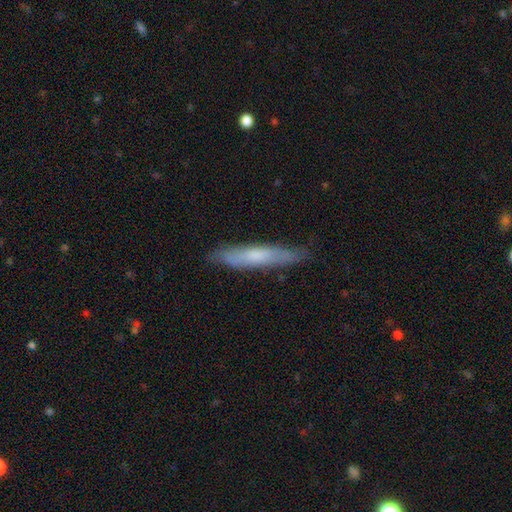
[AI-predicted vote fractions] Smooth or featured? Predicted: smooth (p=0.60). How rounded? Predicted: cigar-shaped (p=0.91). Merging? Predicted: none (p=0.82).